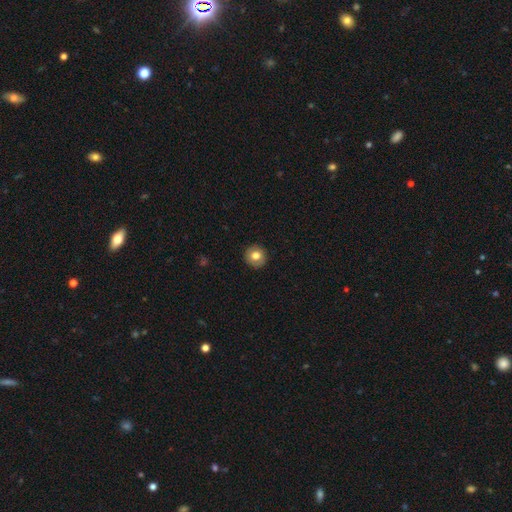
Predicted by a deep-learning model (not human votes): Smooth or featured? smooth (79%)
How rounded? round (94%)
Merging? none (92%)